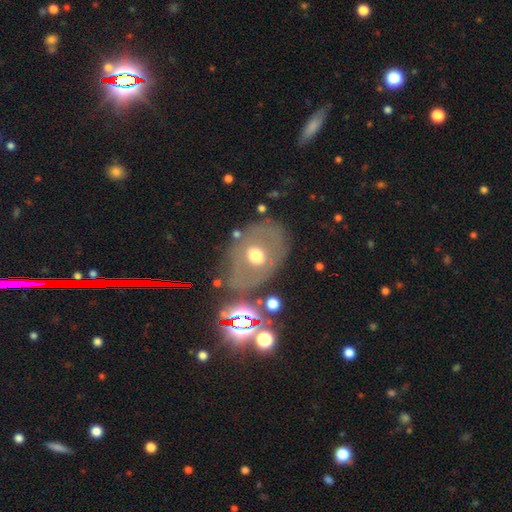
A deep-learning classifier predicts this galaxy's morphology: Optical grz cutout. It shows a smooth galaxy with no disk features (44%). Merging: none (70%).